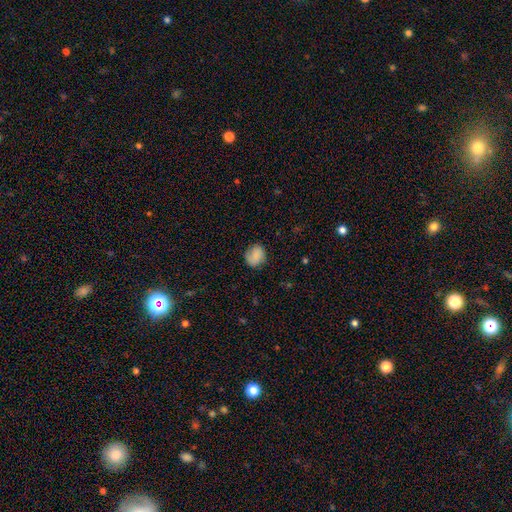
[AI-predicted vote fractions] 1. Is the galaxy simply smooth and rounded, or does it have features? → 79% smooth, 13% featured or disk, 8% star or artifact.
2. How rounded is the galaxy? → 62% round, 37% in between, 1% cigar-shaped.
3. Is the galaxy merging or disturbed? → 74% none, 19% minor disturbance, 6% major disturbance, 1% merger.